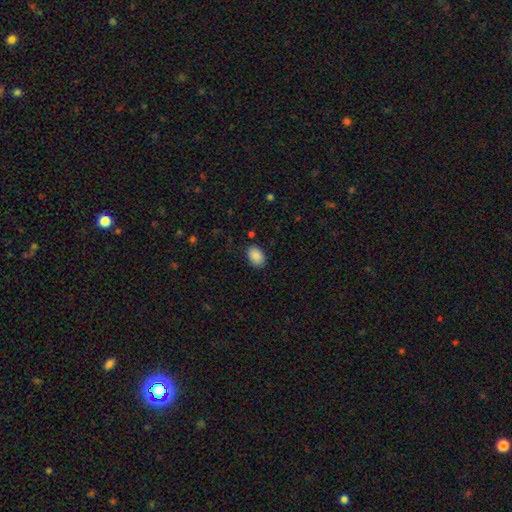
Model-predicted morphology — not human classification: Smooth or featured: smooth — 88% (star or artifact — 7%)
How rounded: in between — 82% (round — 17%)
Merging: none — 85% (minor disturbance — 11%)